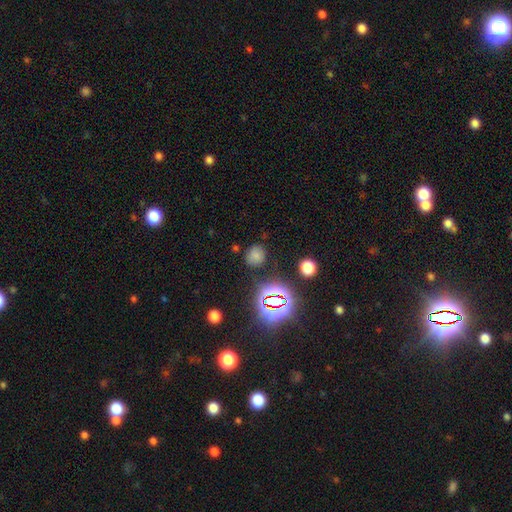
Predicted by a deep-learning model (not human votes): The model was most divided on "smooth or featured": smooth: 67%, star or artifact: 26%, featured or disk: 7%. More confident: merging — none (79%); how rounded — round (74%).